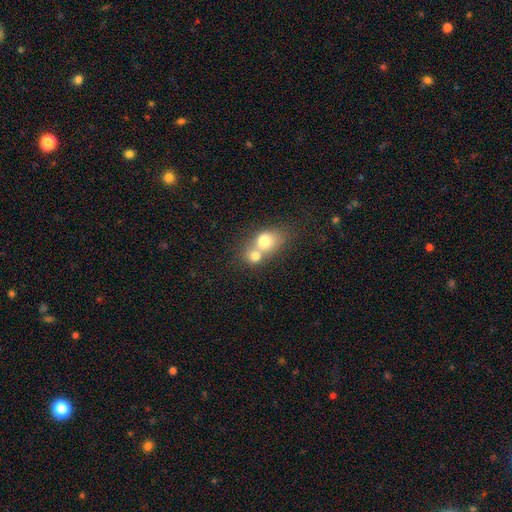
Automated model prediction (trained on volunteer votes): Smooth or featured: smooth — 73% (featured or disk — 17%)
How rounded: round — 65% (in between — 34%)
Merging: merger — 69% (none — 23%)